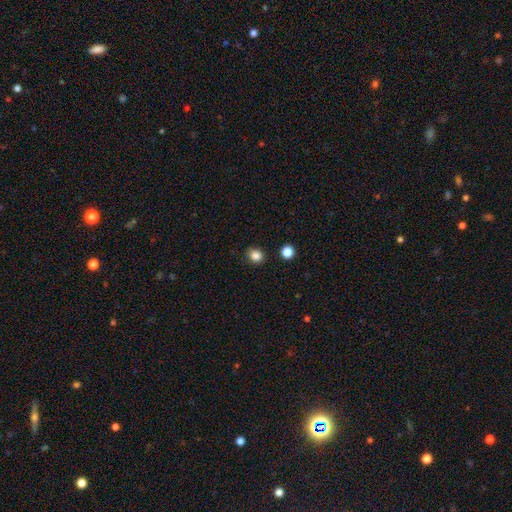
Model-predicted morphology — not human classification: Overall: smooth (85%). How rounded: round (75%). Merging: none (87%).